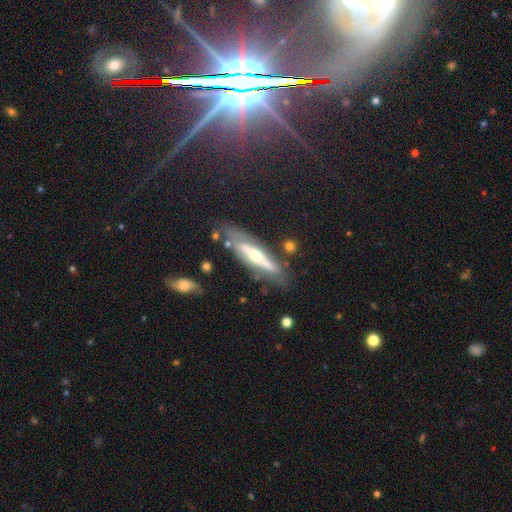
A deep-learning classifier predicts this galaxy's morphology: smooth-or-featured: featured or disk: 70% | smooth: 23% | star or artifact: 6%
  disk-edge-on: yes: 63% | no: 37%
  merging: none: 68% | minor disturbance: 20% | major disturbance: 8% | merger: 4%